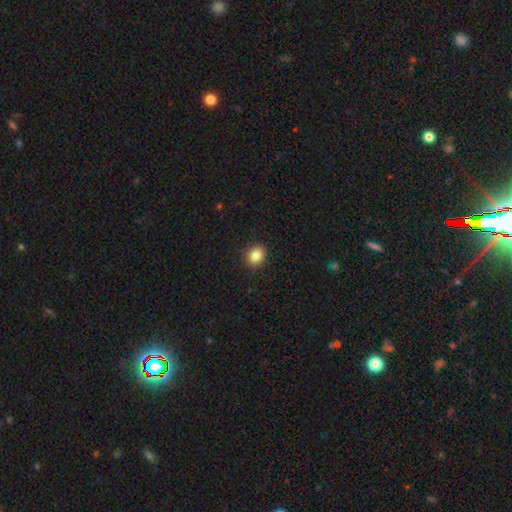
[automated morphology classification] A smooth galaxy with no disk features (87%) that is round (54%). Merging: none (90%).